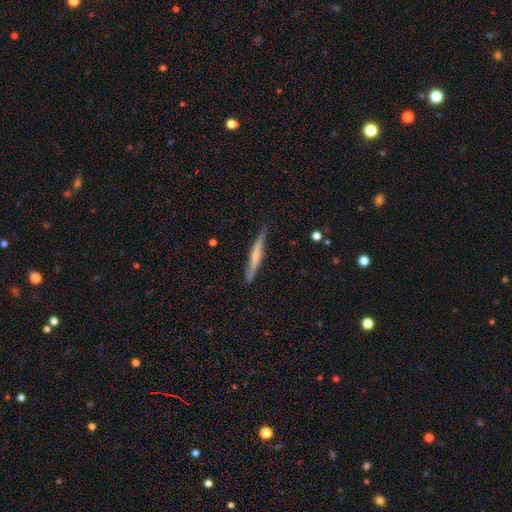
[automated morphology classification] Overall: smooth (48%; featured or disk 46%). Merging: none (81%).